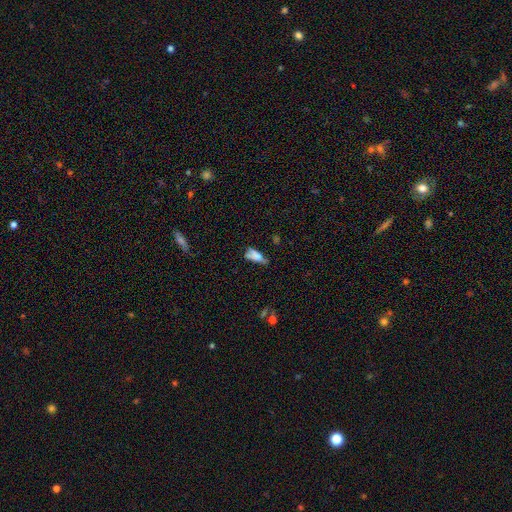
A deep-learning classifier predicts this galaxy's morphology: Overall: smooth (62%; featured or disk 24%). How rounded: in between (64%; cigar-shaped 31%). Merging: none (38%; minor disturbance 27%).